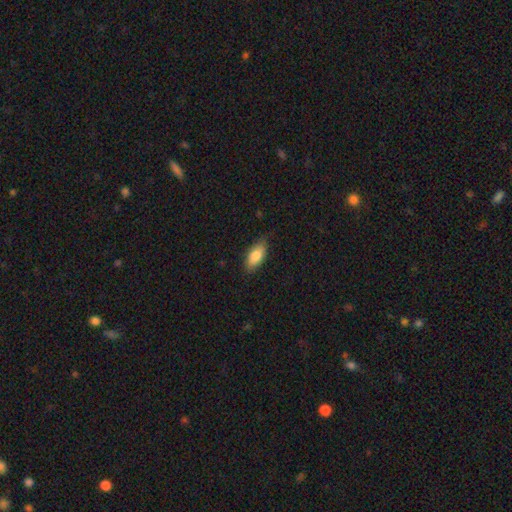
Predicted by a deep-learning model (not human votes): Smooth or featured?
  - smooth: 84% *
  - featured or disk: 10%
  - star or artifact: 6%
How rounded?
  - in between: 88% *
  - cigar-shaped: 10%
  - round: 2%
Merging?
  - none: 82% *
  - minor disturbance: 15%
  - major disturbance: 3%
  - merger: 1%